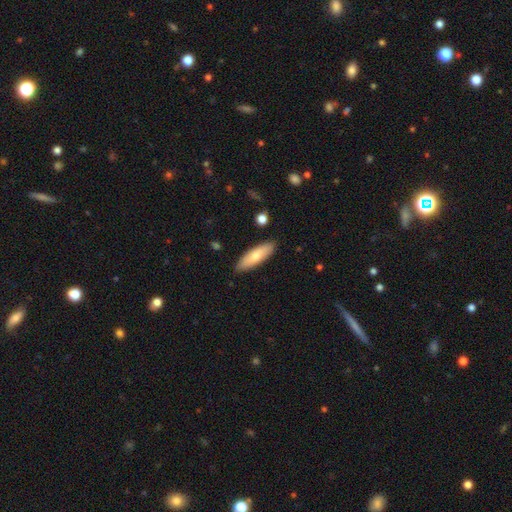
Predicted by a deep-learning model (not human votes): The model was most divided on "how rounded": in between: 50%, cigar-shaped: 49%, round: 2%. More confident: merging — none (87%); smooth or featured — smooth (72%).